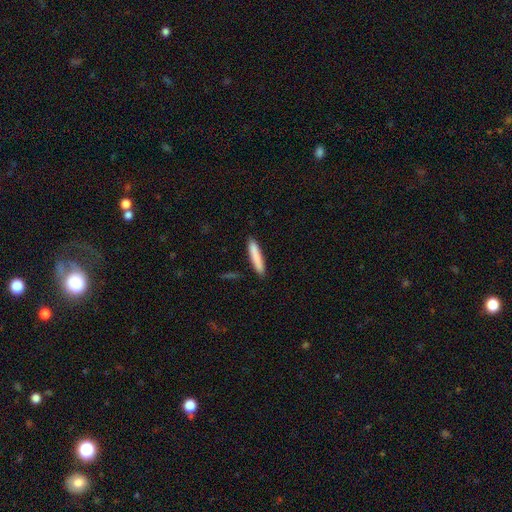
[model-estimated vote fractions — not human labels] A smooth galaxy with no disk features (84%) that is cigar-shaped (91%).

Vote fractions:
- Smooth or featured? smooth: 84% / featured or disk: 10% / star or artifact: 6%
- How rounded? cigar-shaped: 91% / in between: 8% / round: 1%
- Merging? none: 89% / minor disturbance: 8% / major disturbance: 2% / merger: 1%